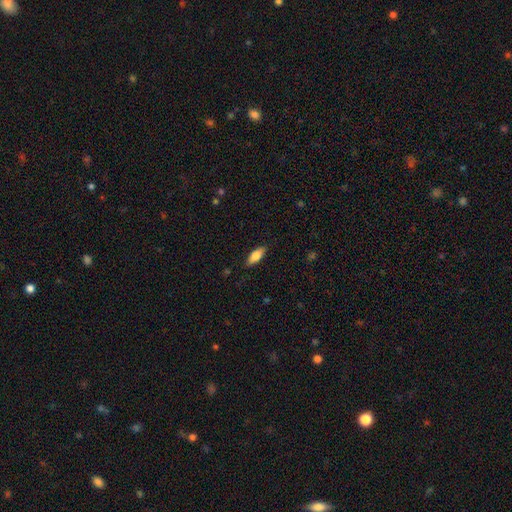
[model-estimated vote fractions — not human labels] The model was most divided on "how rounded": in between: 74%, cigar-shaped: 24%, round: 2%. More confident: merging — none (86%); smooth or featured — smooth (79%).